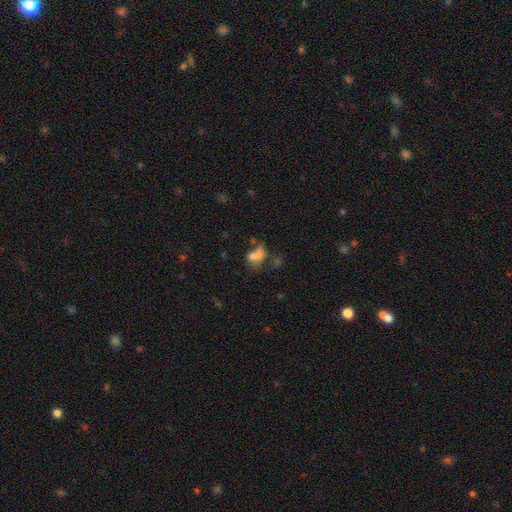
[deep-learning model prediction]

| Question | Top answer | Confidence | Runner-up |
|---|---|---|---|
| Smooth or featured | smooth | 66% | featured or disk (19%) |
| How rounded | in between | 61% | round (37%) |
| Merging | merger | 51% | none (24%) |